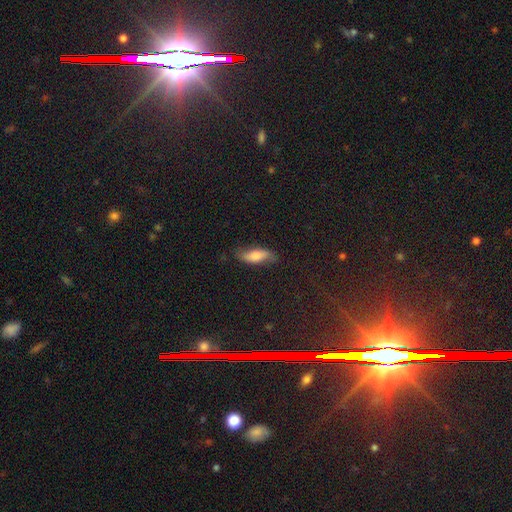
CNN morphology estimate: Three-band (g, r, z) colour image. It shows a smooth galaxy with no disk features (67%) that is in between round and cigar-shaped (59%). Merging: none (71%).